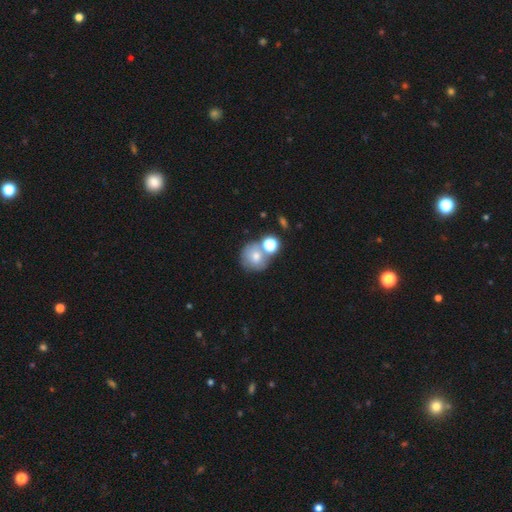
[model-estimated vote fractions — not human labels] A smooth galaxy with no disk features (71%) that is round (84%). Merging: none (49%).